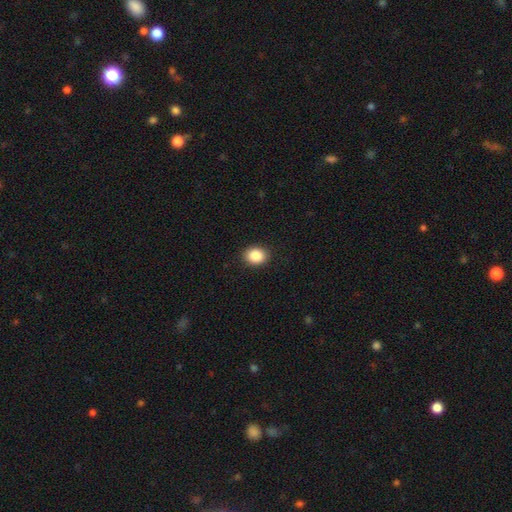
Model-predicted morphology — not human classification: Smooth or featured? smooth (87%)
How rounded? round (50%)
Merging? none (91%)